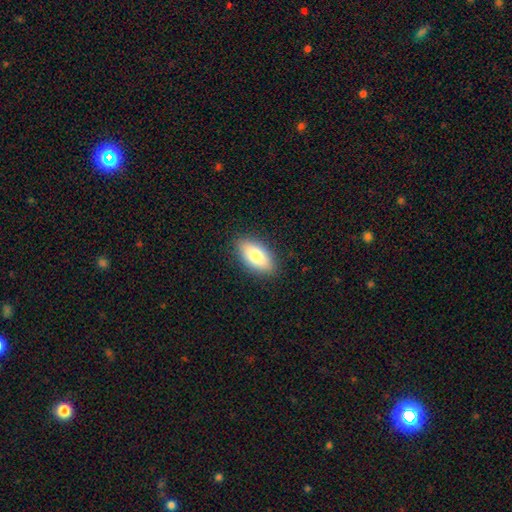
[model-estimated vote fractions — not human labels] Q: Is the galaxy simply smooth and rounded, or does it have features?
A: smooth — 79%.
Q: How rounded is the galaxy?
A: in between — 90%.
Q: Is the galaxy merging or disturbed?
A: none — 87%.